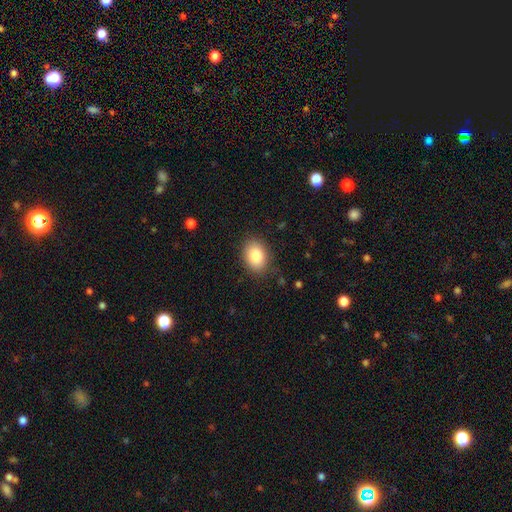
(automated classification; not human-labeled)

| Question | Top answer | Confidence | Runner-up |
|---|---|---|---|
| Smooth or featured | smooth | 85% | star or artifact (8%) |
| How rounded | in between | 76% | round (23%) |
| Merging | none | 85% | minor disturbance (11%) |